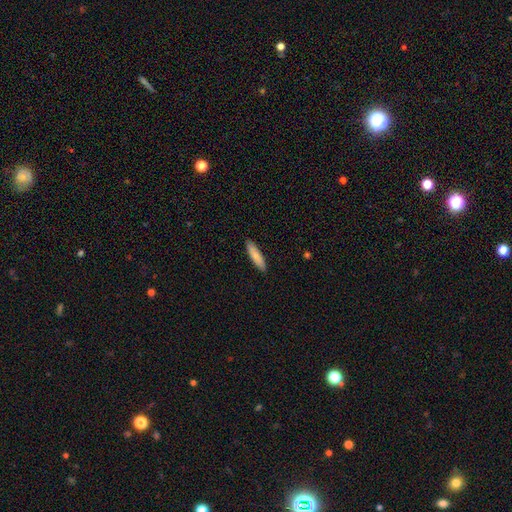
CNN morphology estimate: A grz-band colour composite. It shows a smooth galaxy with no disk features (83%) that is cigar-shaped (77%). Merging: none (91%).